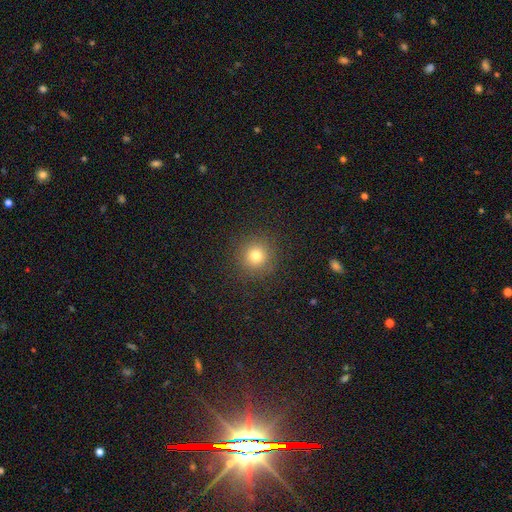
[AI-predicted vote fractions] A smooth galaxy with no disk features (77%) that is round (94%).

Vote fractions:
- Smooth or featured? smooth: 77% / star or artifact: 16% / featured or disk: 7%
- How rounded? round: 94% / in between: 5% / cigar-shaped: 1%
- Merging? none: 90% / minor disturbance: 6% / major disturbance: 3% / merger: 1%